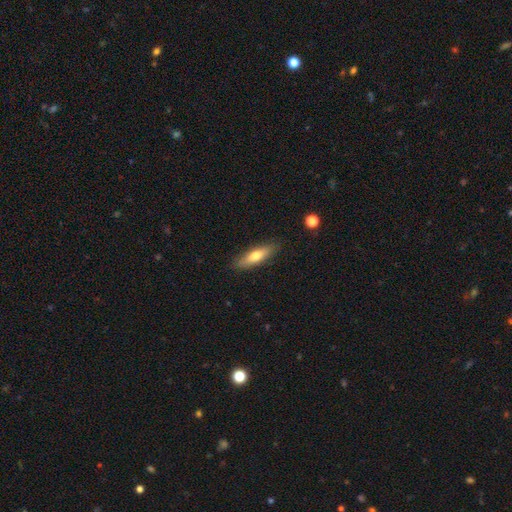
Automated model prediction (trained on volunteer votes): Smooth or featured? smooth (68%)
How rounded? cigar-shaped (57%)
Merging? none (86%)